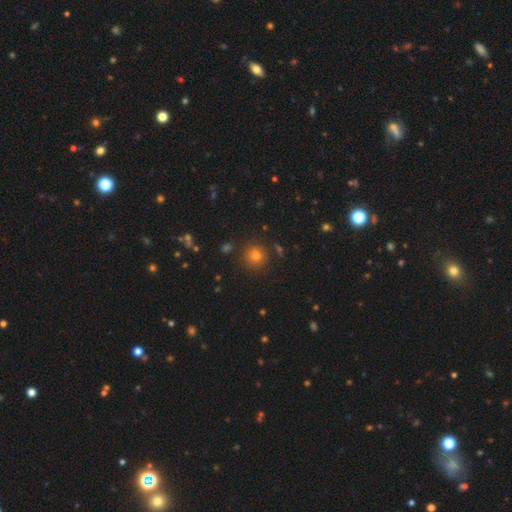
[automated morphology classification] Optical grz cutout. It shows a smooth galaxy with no disk features (74%) that is round (94%). Merging: none (87%).